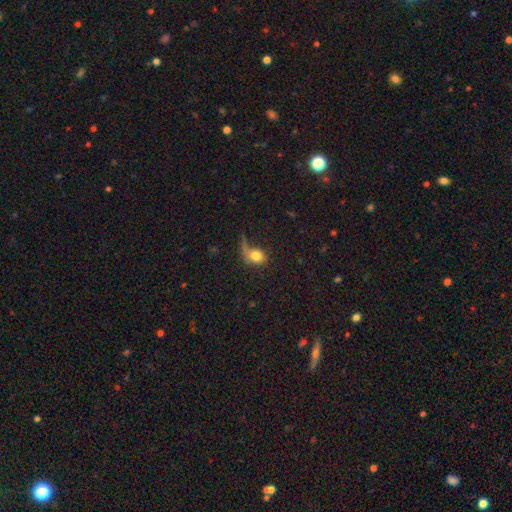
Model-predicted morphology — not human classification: The model was most divided on "merging": major disturbance: 37%, none: 35%, minor disturbance: 20%, merger: 9%. More confident: smooth or featured — smooth (74%); how rounded — round (56%).